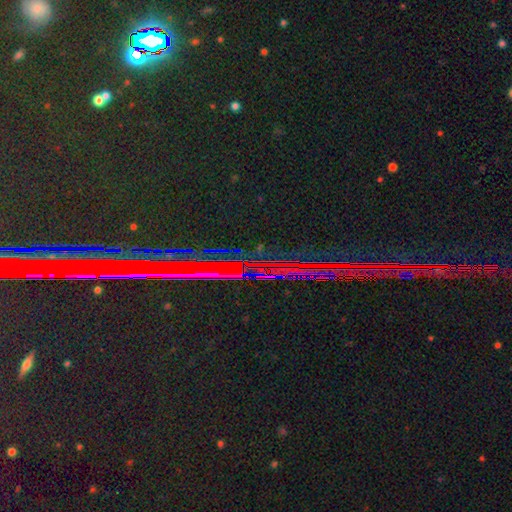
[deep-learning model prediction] This is clearly a star or artifact rather than a galaxy (87%).